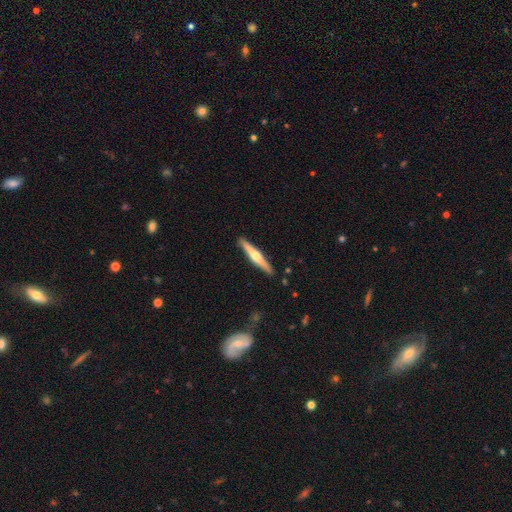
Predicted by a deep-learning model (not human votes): Smooth or featured: featured or disk — 62% (smooth — 34%)
Edge-on disk: yes — 97% (no — 3%)
Edge-on bulge: rounded — 91% (none — 6%)
Merging: none — 90% (minor disturbance — 7%)